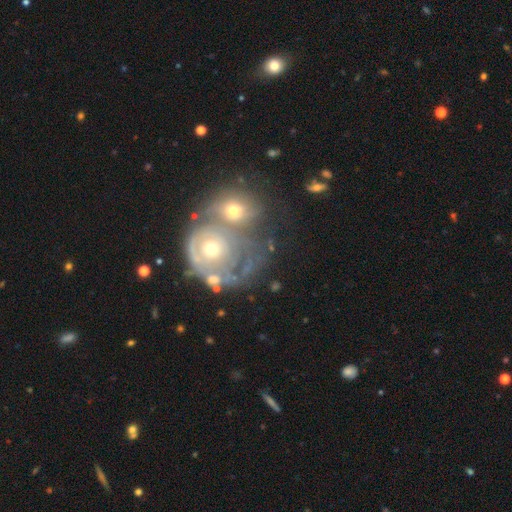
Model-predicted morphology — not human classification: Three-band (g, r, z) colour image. It shows a featured or disk galaxy (67%) with no bar (81%), spiral arms (63%) and a moderate central bulge (49%). Merging: merger (66%).